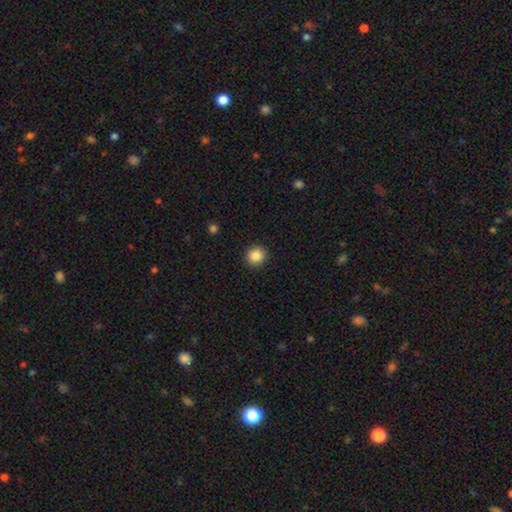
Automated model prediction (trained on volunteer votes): Overall: smooth (87%). How rounded: round (88%). Merging: none (91%).